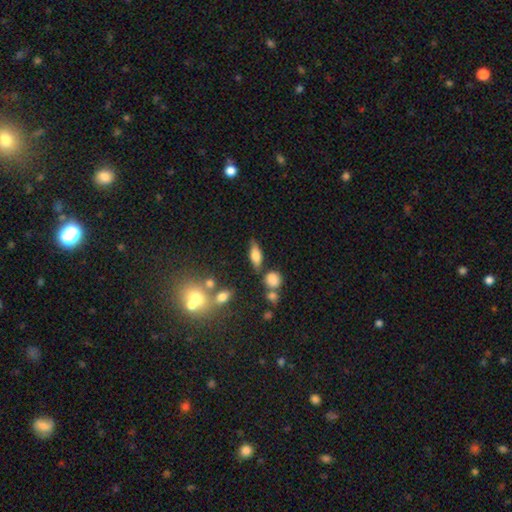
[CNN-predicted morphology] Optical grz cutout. It shows a smooth galaxy with no disk features (64%) that is in between round and cigar-shaped (67%). Merging: none (71%).